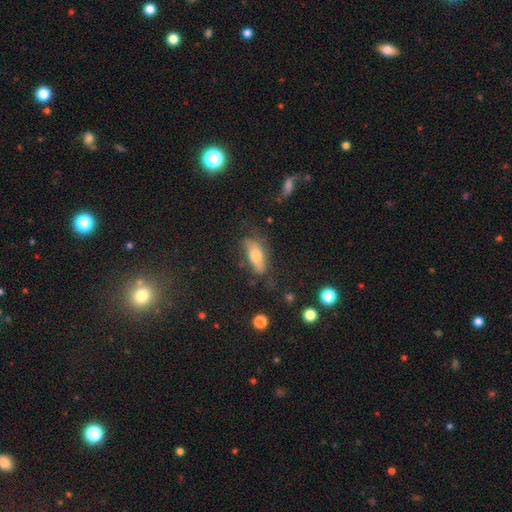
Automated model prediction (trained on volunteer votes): This is likely a smooth galaxy (64%). How rounded: likely in between (69%). Merging: possibly none (59%).